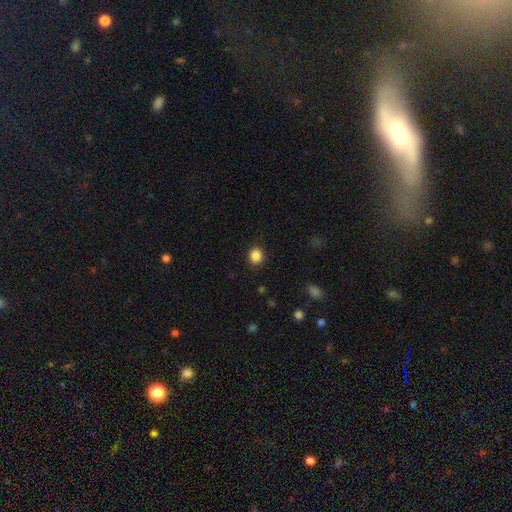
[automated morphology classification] Smooth or featured? smooth (86%)
How rounded? round (83%)
Merging? none (91%)